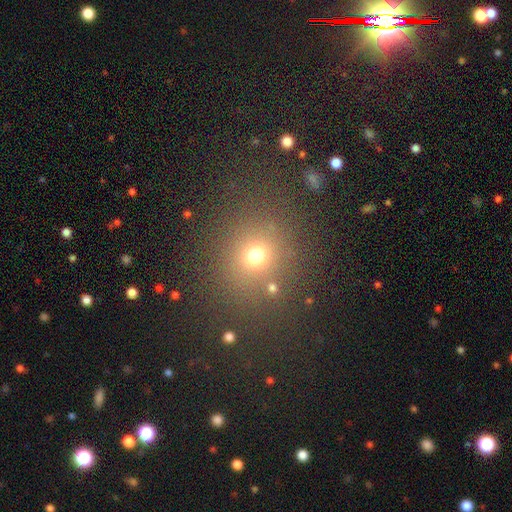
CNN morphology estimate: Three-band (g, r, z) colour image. It shows a smooth galaxy with no disk features (68%) that is round (78%). Merging: none (78%).